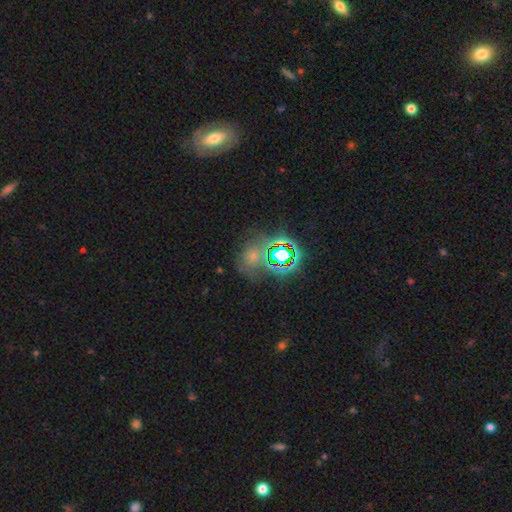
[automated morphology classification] Smooth or featured? Predicted: star or artifact (p=0.55).